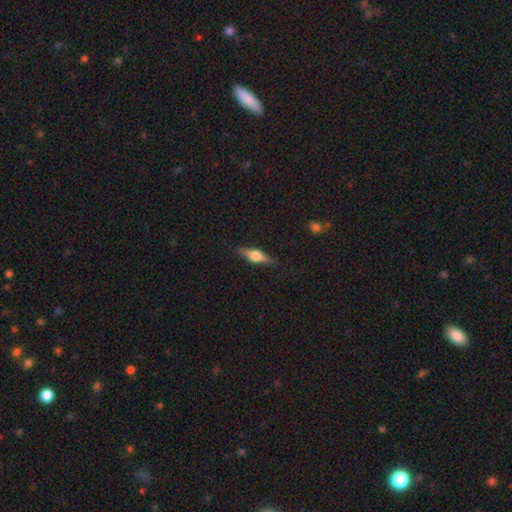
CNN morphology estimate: type=featured or disk (67%); edge-on=yes (97%); edge-on bulge=rounded (94%); merging=none (88%).